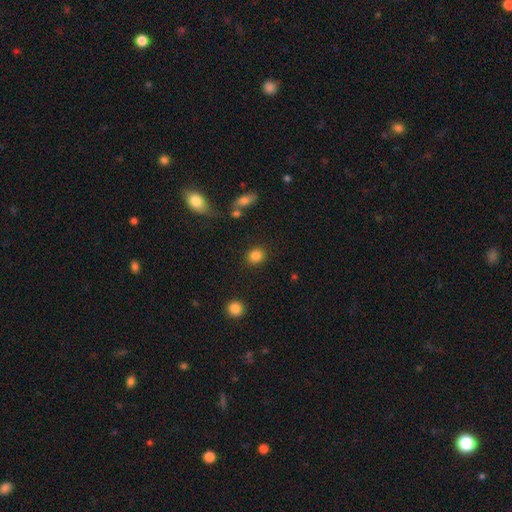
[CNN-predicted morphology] smooth-or-featured: smooth: 85% | star or artifact: 10% | featured or disk: 5%
  how-rounded: round: 75% | in between: 24% | cigar-shaped: 1%
  merging: none: 87% | minor disturbance: 7% | major disturbance: 3% | merger: 3%